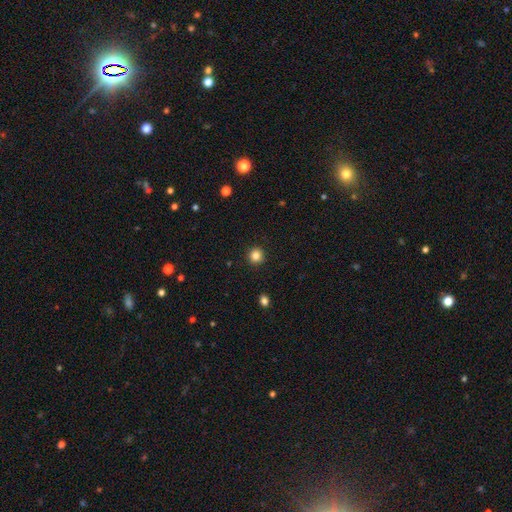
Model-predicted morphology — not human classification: The model was most divided on "smooth or featured": smooth: 84%, star or artifact: 12%, featured or disk: 4%. More confident: how rounded — round (95%); merging — none (93%).